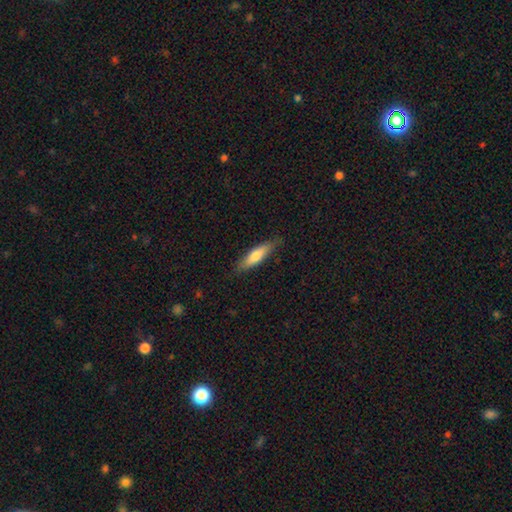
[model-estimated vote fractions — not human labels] The model was most divided on "how rounded": cigar-shaped: 64%, in between: 35%, round: 2%. More confident: merging — none (82%); smooth or featured — smooth (71%).